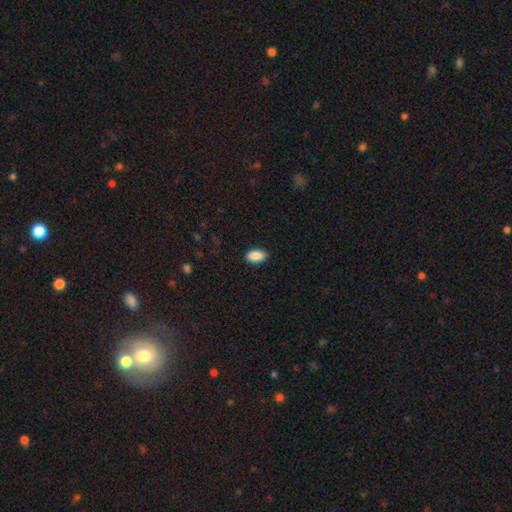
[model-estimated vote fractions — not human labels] Smooth or featured?
  - smooth: 90% *
  - star or artifact: 7%
  - featured or disk: 3%
How rounded?
  - in between: 93% *
  - round: 4%
  - cigar-shaped: 3%
Merging?
  - none: 88% *
  - minor disturbance: 9%
  - major disturbance: 2%
  - merger: 1%